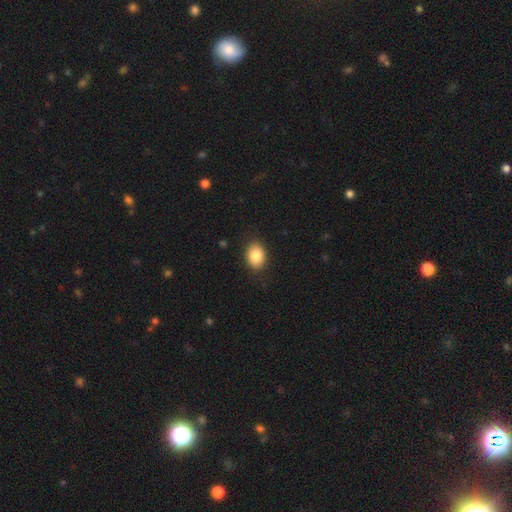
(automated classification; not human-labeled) Smooth or featured? smooth (85%)
How rounded? in between (70%)
Merging? none (88%)